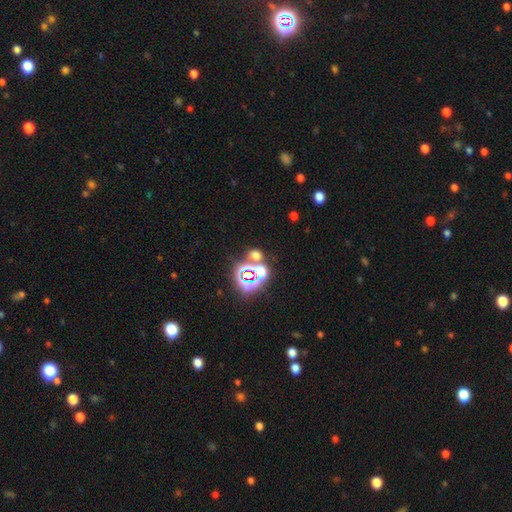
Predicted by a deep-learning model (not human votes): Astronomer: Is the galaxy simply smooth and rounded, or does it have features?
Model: star or artifact — 46% (runner-up: smooth, 45%).